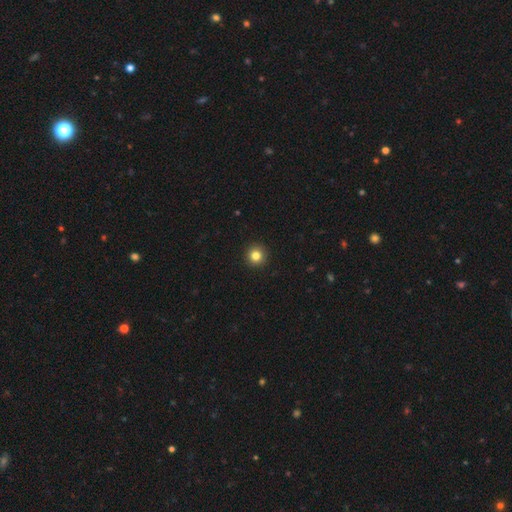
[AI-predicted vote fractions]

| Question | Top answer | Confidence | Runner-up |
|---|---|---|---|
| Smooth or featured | smooth | 82% | star or artifact (12%) |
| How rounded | round | 96% | in between (3%) |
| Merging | none | 94% | minor disturbance (4%) |